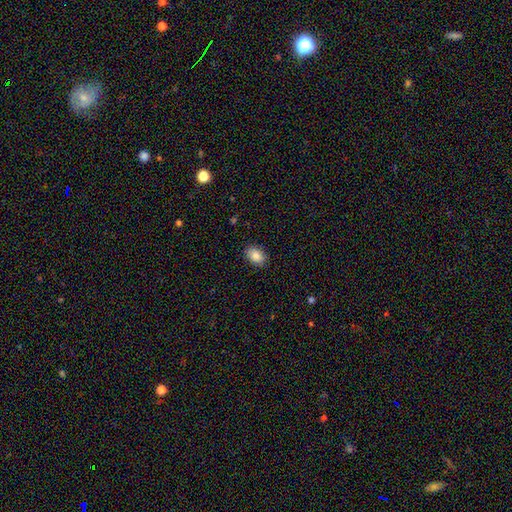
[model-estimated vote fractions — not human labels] A smooth galaxy with no disk features (85%) that is in between round and cigar-shaped (83%).

Vote fractions:
- Smooth or featured? smooth: 85% / star or artifact: 8% / featured or disk: 7%
- How rounded? in between: 83% / round: 16% / cigar-shaped: 1%
- Merging? none: 86% / minor disturbance: 11% / major disturbance: 2% / merger: 1%